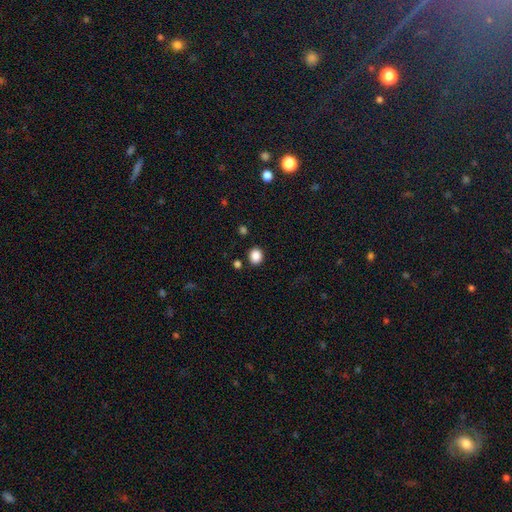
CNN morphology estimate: smooth-or-featured: smooth: 87% | star or artifact: 10% | featured or disk: 3%
  how-rounded: round: 67% | in between: 32% | cigar-shaped: 1%
  merging: none: 88% | minor disturbance: 7% | merger: 3% | major disturbance: 2%